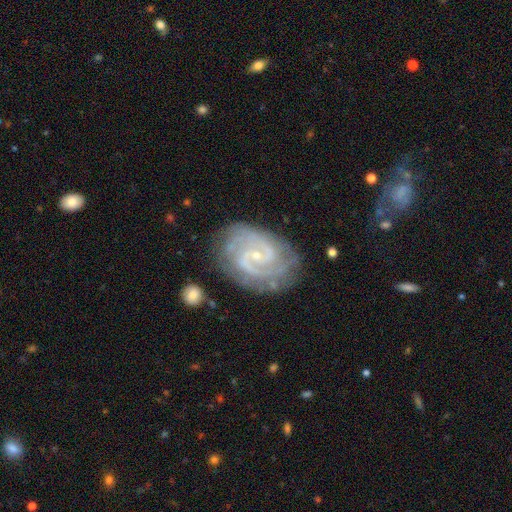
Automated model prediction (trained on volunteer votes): featured or disk 90%, star or artifact 5%, smooth 5%. Down the decision tree: edge-on disk — no (98%); bar — no (49%); spiral arms — yes (98%); spiral arm count — 2 (65%); spiral winding — tight (51%); bulge size — small (81%); merging — none (75%).